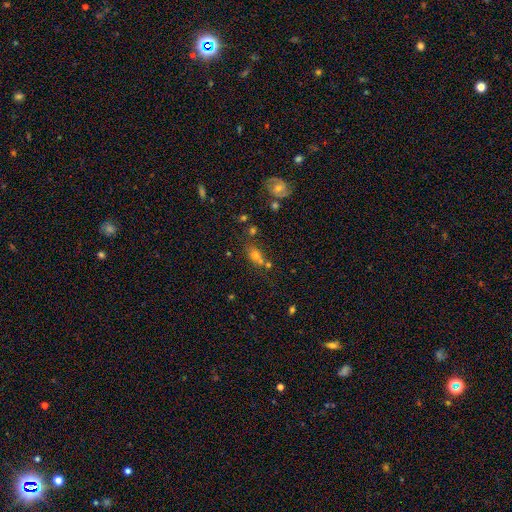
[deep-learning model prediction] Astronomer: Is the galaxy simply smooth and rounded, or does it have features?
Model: smooth — 64%.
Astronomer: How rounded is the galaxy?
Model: in between — 55% (runner-up: round, 40%).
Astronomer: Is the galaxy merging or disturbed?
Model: none — 50% (runner-up: merger, 29%).